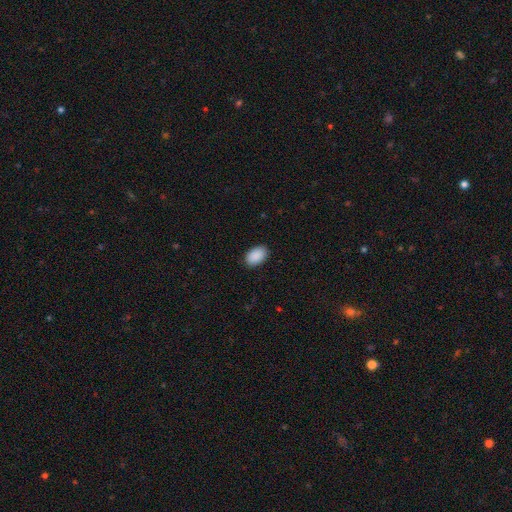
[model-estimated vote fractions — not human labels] This is clearly a smooth galaxy (91%). How rounded: clearly in between (91%). Merging: clearly none (89%).